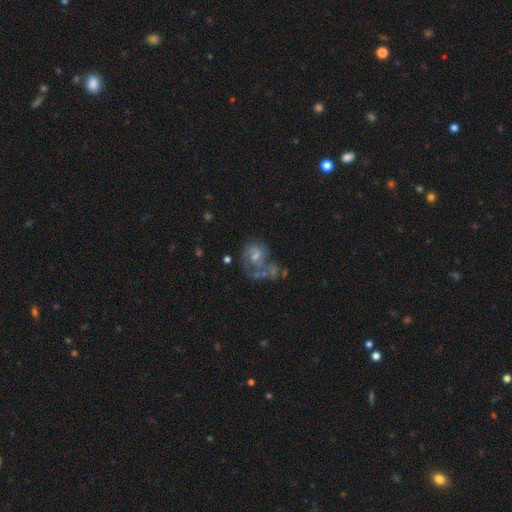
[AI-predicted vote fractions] This is likely a featured or disk galaxy (64%). It is clearly not viewed edge-on (98%). Bar: likely no (72%). Spiral arm pattern: likely yes (66%). Central bulge: possibly moderate (45%). Merging: marginally major disturbance (31%, tied with none).